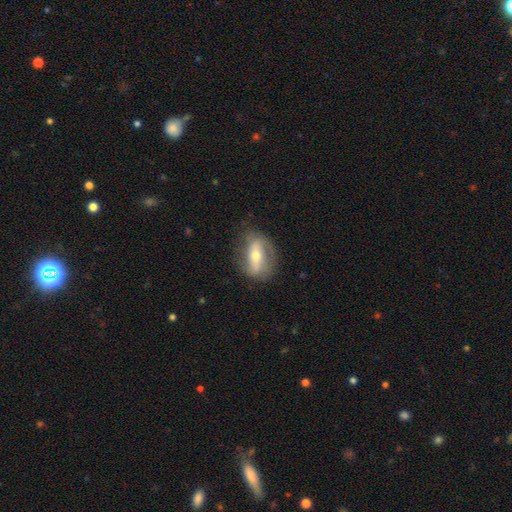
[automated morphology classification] Q: Smooth or featured?
A: featured or disk (63%); runner-up: smooth (30%)
Q: Edge-on disk?
A: no (83%); runner-up: yes (17%)
Q: Bar?
A: strong (53%); runner-up: weak (24%)
Q: Spiral arms?
A: yes (63%); runner-up: no (37%)
Q: Bulge size?
A: moderate (56%); runner-up: small (38%)
Q: Merging?
A: none (73%); runner-up: minor disturbance (18%)